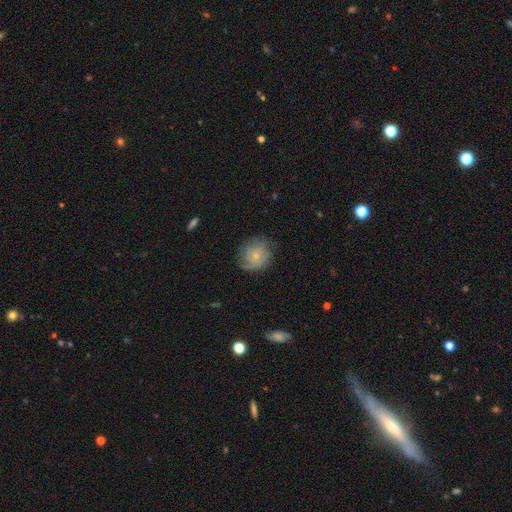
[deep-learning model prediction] smooth_or_featured: featured or disk (p=0.54) [alt: smooth p=0.38]
disk_edge_on: no (p=0.97) [alt: yes p=0.03]
bar: no (p=0.81) [alt: weak p=0.17]
has_spiral_arms: yes (p=0.85) [alt: no p=0.15]
bulge_size: small (p=0.68) [alt: moderate p=0.26]
merging: none (p=0.71) [alt: minor disturbance p=0.20]